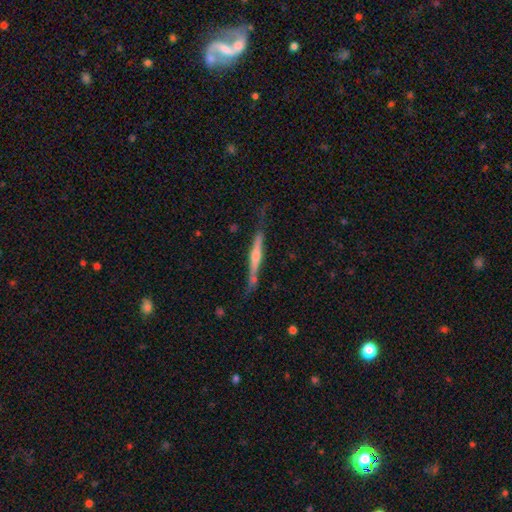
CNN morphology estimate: This is likely a featured or disk galaxy (76%). It is clearly viewed edge-on (96%). Edge-on bulge: likely rounded (74%). Merging: likely none (70%).